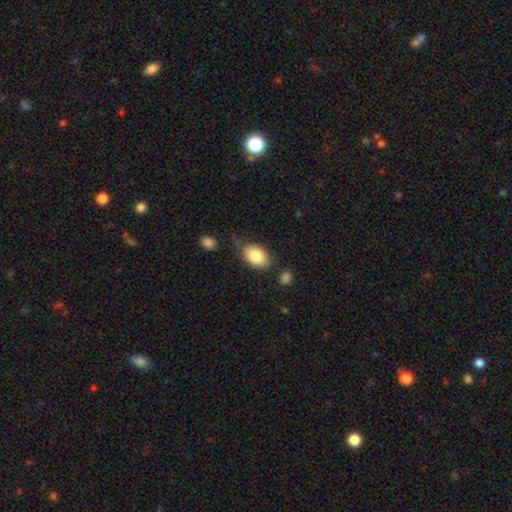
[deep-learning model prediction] Smooth or featured?
  - smooth: 83% *
  - featured or disk: 10%
  - star or artifact: 7%
How rounded?
  - in between: 84% *
  - round: 15%
  - cigar-shaped: 1%
Merging?
  - none: 60% *
  - minor disturbance: 24%
  - major disturbance: 8%
  - merger: 8%